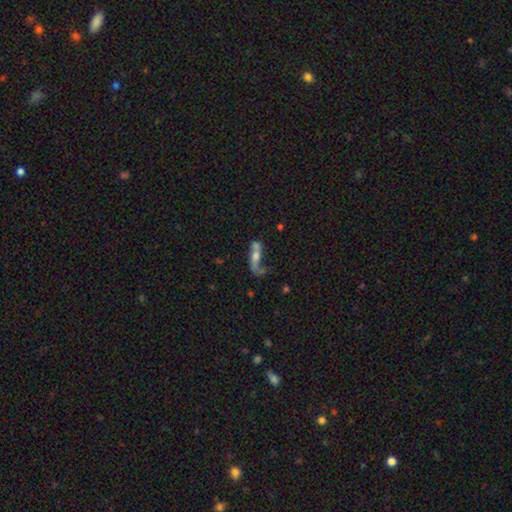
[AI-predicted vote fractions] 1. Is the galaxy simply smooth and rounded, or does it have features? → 51% featured or disk, 37% smooth, 12% star or artifact.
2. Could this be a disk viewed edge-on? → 76% no, 24% yes.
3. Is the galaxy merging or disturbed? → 32% merger, 29% major disturbance, 25% none, 14% minor disturbance.